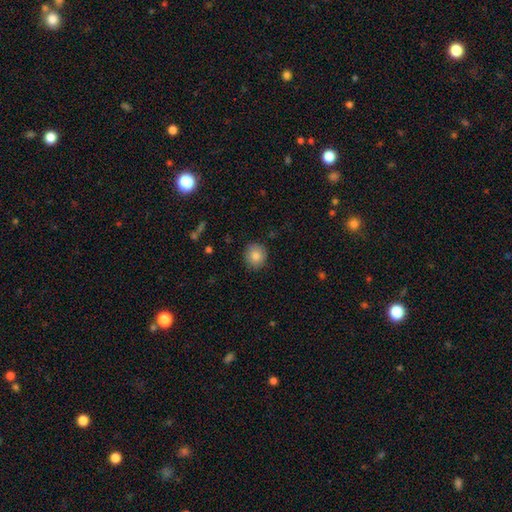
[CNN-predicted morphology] This appears to be a smooth galaxy with no disk features (84%) that is round (87%). Merging: none (87%).